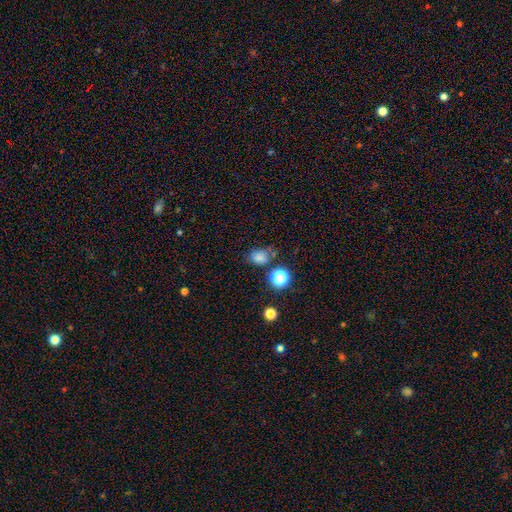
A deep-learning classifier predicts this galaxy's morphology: Q: Smooth or featured?
A: smooth (67%); runner-up: star or artifact (26%)
Q: How rounded?
A: in between (55%); runner-up: round (43%)
Q: Merging?
A: none (70%); runner-up: minor disturbance (16%)